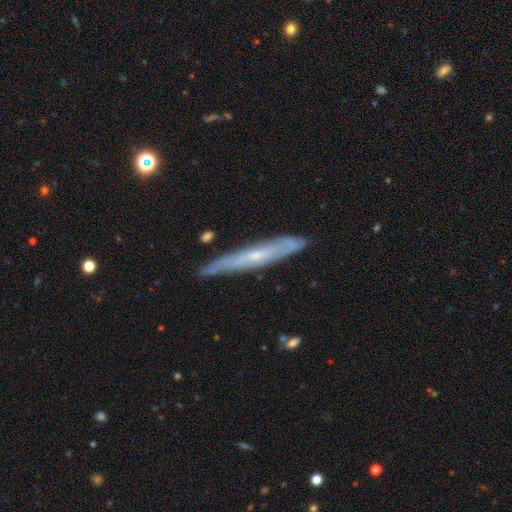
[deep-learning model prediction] Smooth or featured: featured or disk — 65% (smooth — 28%)
Edge-on disk: yes — 78% (no — 22%)
Edge-on bulge: none — 51% (rounded — 46%)
Merging: none — 79% (minor disturbance — 17%)